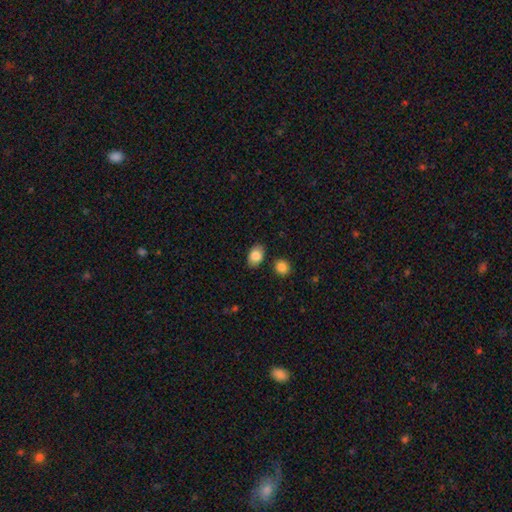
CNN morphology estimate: The model was most divided on "how rounded": in between: 84%, round: 14%, cigar-shaped: 1%. More confident: smooth or featured — smooth (85%); merging — none (83%).